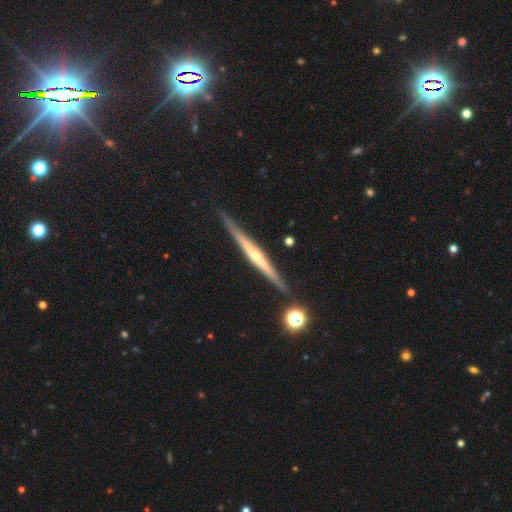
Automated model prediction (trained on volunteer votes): The model was most divided on "edge-on bulge": rounded: 68%, none: 27%, boxy: 5%. More confident: edge-on disk — yes (97%); merging — none (87%); smooth or featured — featured or disk (77%).